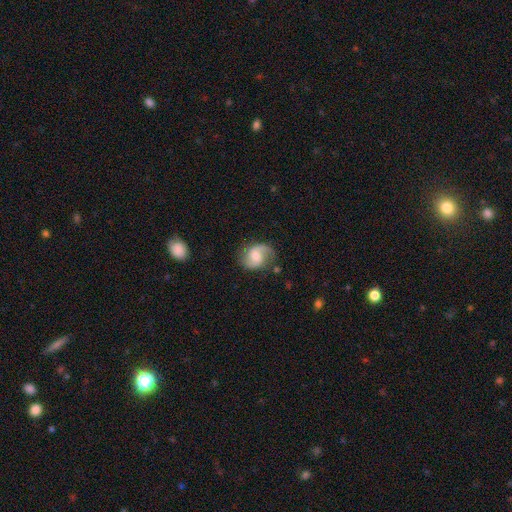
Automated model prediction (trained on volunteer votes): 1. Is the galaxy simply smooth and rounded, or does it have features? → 79% featured or disk, 15% smooth, 6% star or artifact.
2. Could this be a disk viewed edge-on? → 98% no, 2% yes.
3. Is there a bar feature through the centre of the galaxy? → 51% no, 41% weak, 8% strong.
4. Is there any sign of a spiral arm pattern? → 96% yes, 4% no.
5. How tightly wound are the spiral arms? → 45% medium, 41% loose, 14% tight.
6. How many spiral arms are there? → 86% 2, 8% 1, 3% can't tell, 1% 3, 1% 4, 1% more than 4.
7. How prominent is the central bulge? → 51% moderate, 37% small, 5% none, 5% large, 1% dominant.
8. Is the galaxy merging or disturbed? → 73% none, 18% minor disturbance, 7% major disturbance, 2% merger.